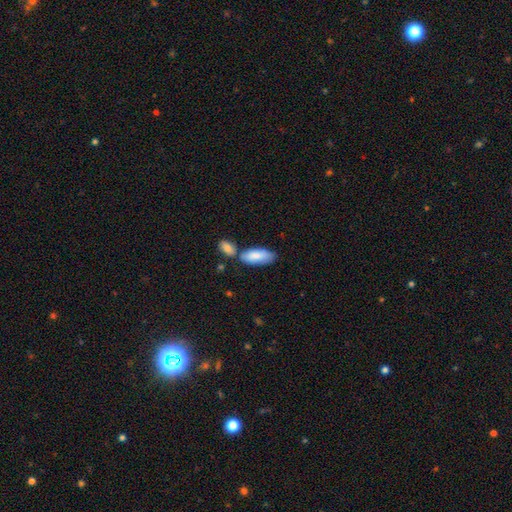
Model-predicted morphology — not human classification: Smooth or featured?
  - smooth: 84% *
  - featured or disk: 11%
  - star or artifact: 5%
How rounded?
  - in between: 81% *
  - cigar-shaped: 17%
  - round: 2%
Merging?
  - none: 53% *
  - merger: 26%
  - minor disturbance: 16%
  - major disturbance: 4%